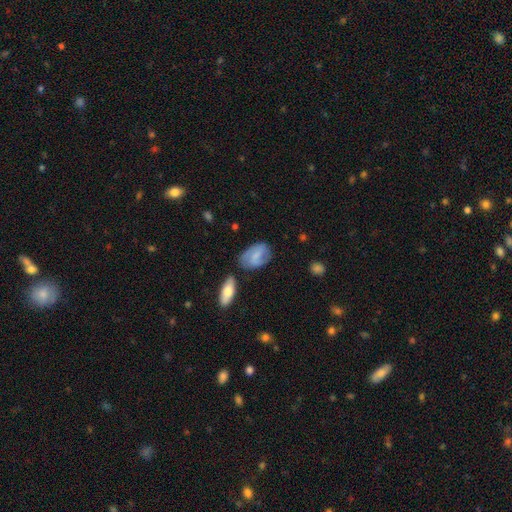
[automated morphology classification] smooth-or-featured: smooth: 57% | featured or disk: 37% | star or artifact: 7%
  how-rounded: in between: 88% | round: 10% | cigar-shaped: 2%
  merging: none: 65% | minor disturbance: 23% | major disturbance: 7% | merger: 5%